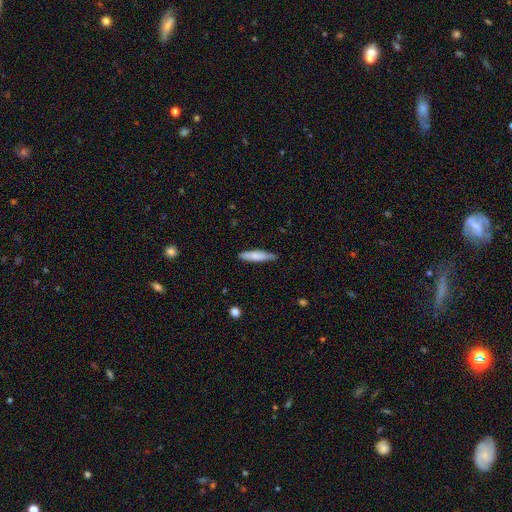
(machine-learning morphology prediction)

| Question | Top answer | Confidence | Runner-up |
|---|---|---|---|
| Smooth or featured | smooth | 74% | featured or disk (20%) |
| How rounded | cigar-shaped | 76% | in between (23%) |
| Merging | none | 79% | minor disturbance (17%) |